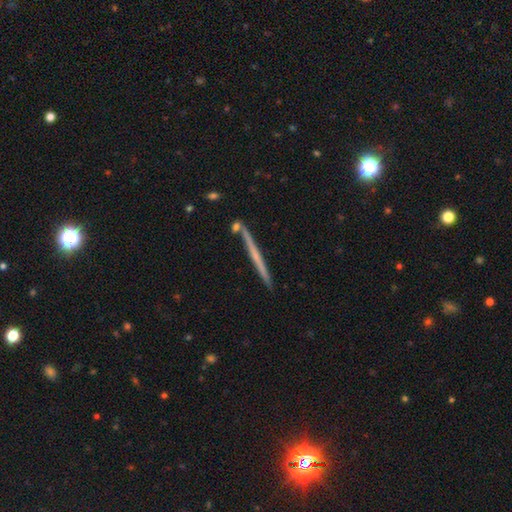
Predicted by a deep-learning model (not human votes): This is possibly a featured or disk galaxy (59%). It is clearly viewed edge-on (98%). Edge-on bulge: clearly none (81%). Merging: clearly none (87%).